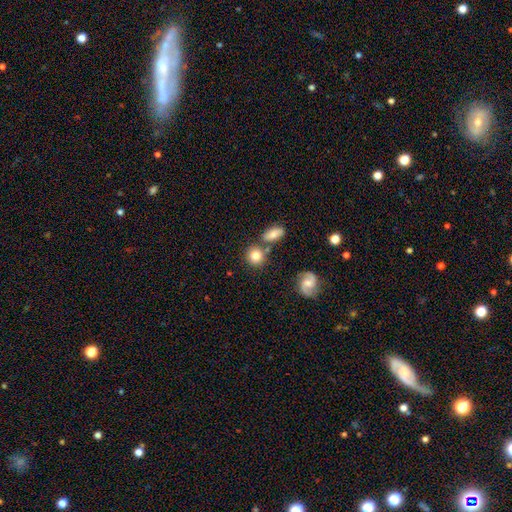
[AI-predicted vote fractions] smooth-or-featured: smooth: 79% | featured or disk: 13% | star or artifact: 8%
  how-rounded: round: 86% | in between: 13% | cigar-shaped: 2%
  merging: none: 72% | merger: 15% | minor disturbance: 10% | major disturbance: 3%